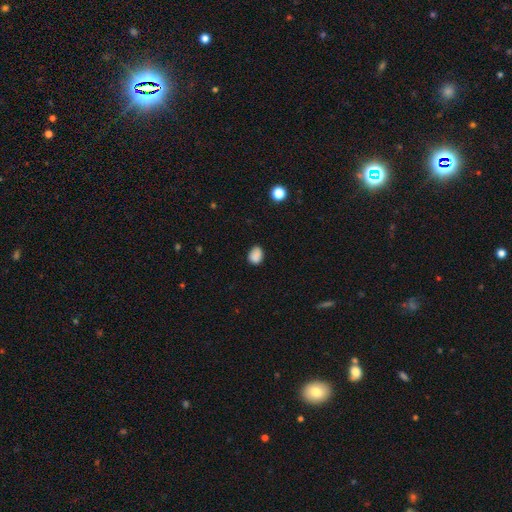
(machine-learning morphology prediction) Smooth or featured? Predicted: smooth (p=0.86). How rounded? Predicted: in between (p=0.66). Merging? Predicted: none (p=0.77).